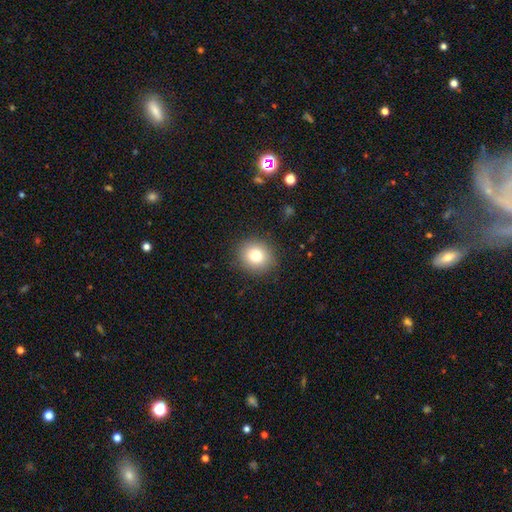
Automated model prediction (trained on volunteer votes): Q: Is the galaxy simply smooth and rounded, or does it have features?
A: smooth — 80%.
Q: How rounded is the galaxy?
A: round — 80%.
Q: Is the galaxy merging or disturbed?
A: none — 89%.